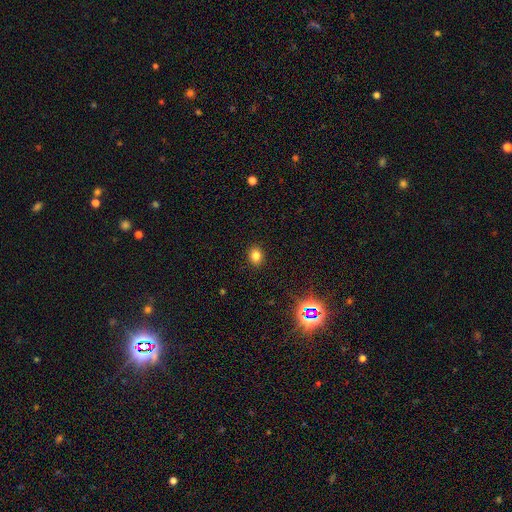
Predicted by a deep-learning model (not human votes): Smooth or featured? smooth (79%)
How rounded? round (52%)
Merging? none (90%)